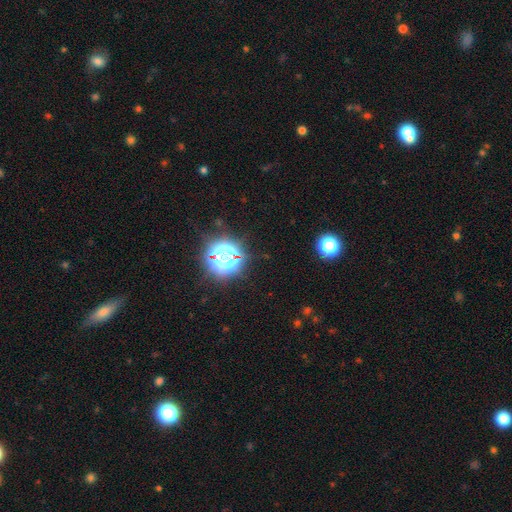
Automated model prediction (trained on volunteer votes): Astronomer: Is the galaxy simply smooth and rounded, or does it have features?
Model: star or artifact — 77%.